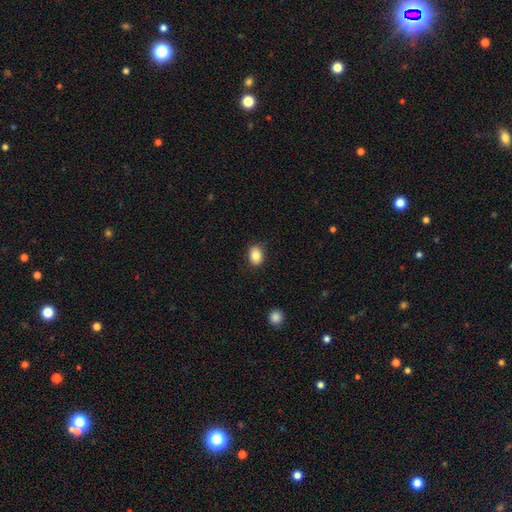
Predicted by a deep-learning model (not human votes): Q: Smooth or featured?
A: smooth (83%); runner-up: star or artifact (9%)
Q: How rounded?
A: in between (56%); runner-up: round (43%)
Q: Merging?
A: none (81%); runner-up: minor disturbance (15%)